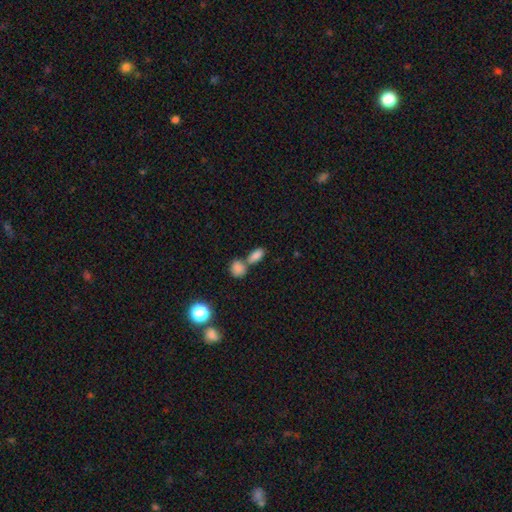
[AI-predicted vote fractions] This appears to be a smooth galaxy with no disk features (84%) that is in between round and cigar-shaped (86%). Merging: merger (50%).